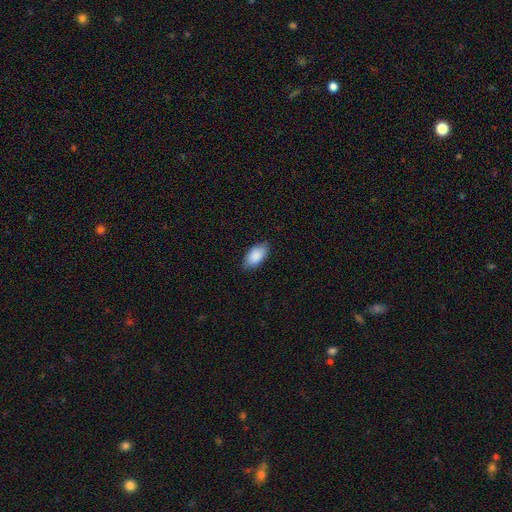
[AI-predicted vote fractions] This is clearly a smooth galaxy (88%). How rounded: clearly in between (95%). Merging: clearly none (82%).